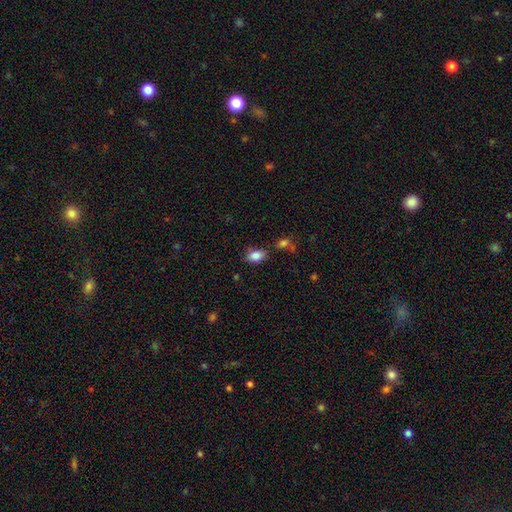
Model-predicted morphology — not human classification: smooth 85%, star or artifact 9%, featured or disk 6%. Down the decision tree: how rounded — in between (84%); merging — none (73%).